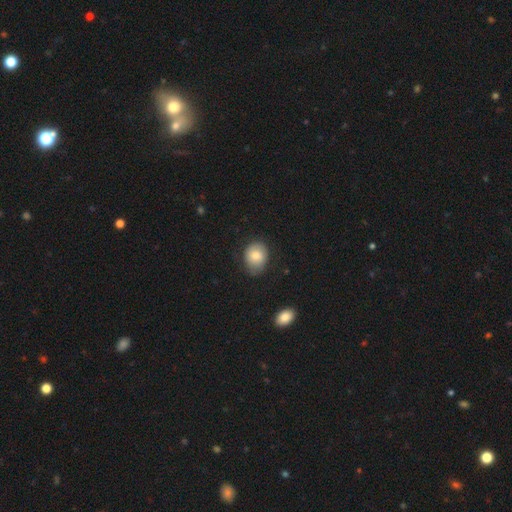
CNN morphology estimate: smooth_or_featured: smooth (p=0.77) [alt: featured or disk p=0.15]
how_rounded: in between (p=0.51) [alt: round p=0.49]
merging: none (p=0.69) [alt: minor disturbance p=0.24]